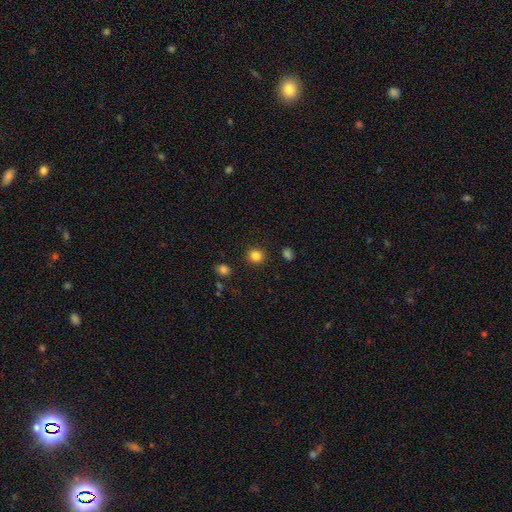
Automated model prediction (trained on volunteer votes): smooth-or-featured: smooth: 84% | star or artifact: 12% | featured or disk: 4%
  how-rounded: round: 88% | in between: 11% | cigar-shaped: 1%
  merging: none: 91% | minor disturbance: 6% | major disturbance: 2% | merger: 2%